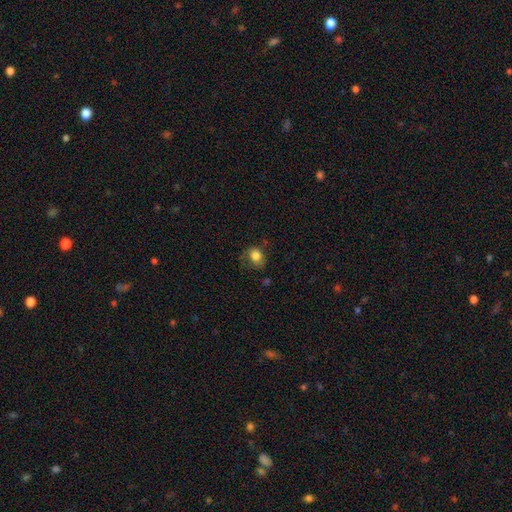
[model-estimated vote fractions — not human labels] Morphology: type=smooth (80%); roundness=round (52%); merging=none (53%).